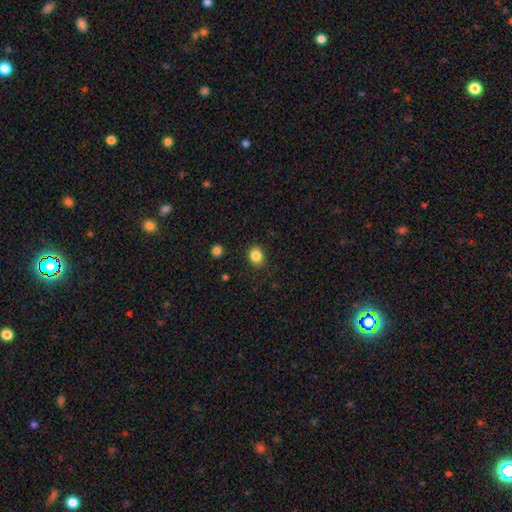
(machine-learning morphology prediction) type=smooth (85%); roundness=round (65%); merging=none (88%).